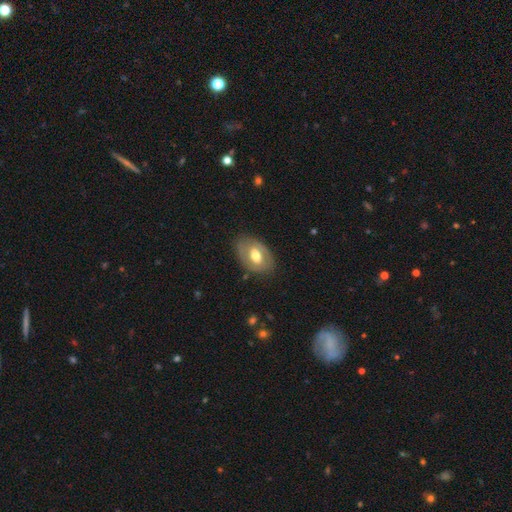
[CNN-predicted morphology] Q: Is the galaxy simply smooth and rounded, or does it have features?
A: smooth — 47%, tied with featured or disk.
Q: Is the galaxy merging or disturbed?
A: none — 77%.